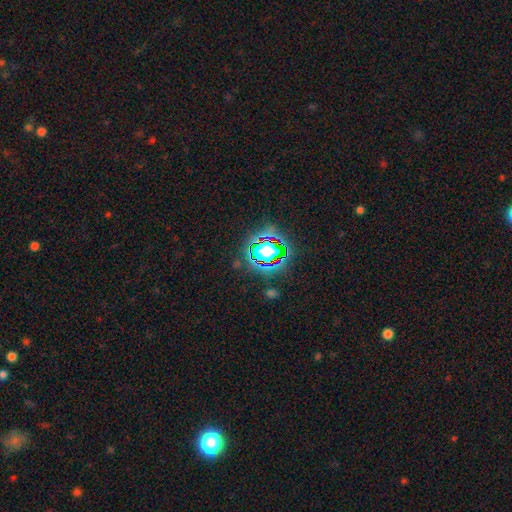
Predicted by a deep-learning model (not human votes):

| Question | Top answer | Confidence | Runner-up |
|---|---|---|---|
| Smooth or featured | star or artifact | 82% | smooth (11%) |